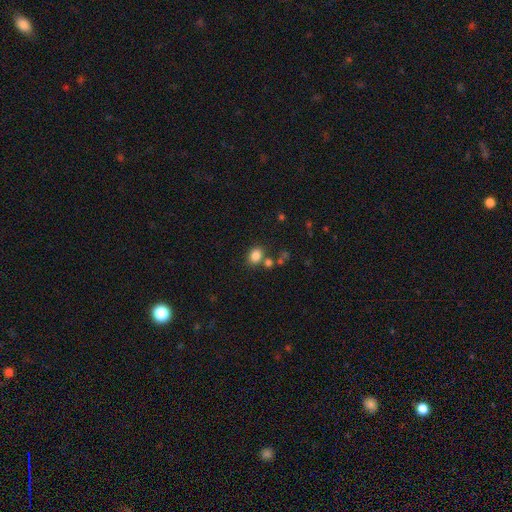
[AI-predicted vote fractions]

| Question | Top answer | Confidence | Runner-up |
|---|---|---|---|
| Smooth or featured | smooth | 83% | star or artifact (11%) |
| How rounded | in between | 59% | round (40%) |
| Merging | none | 70% | merger (14%) |